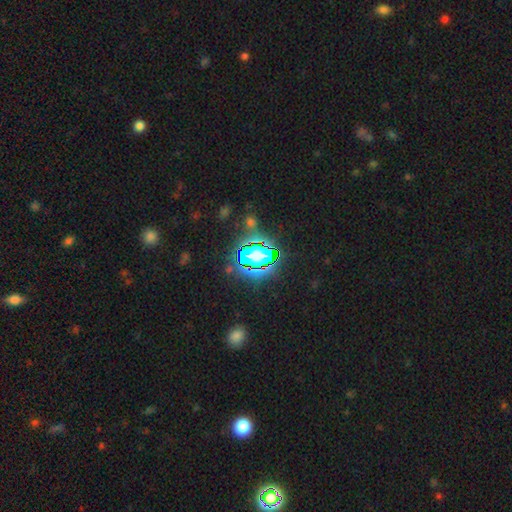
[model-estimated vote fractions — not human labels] Smooth or featured? star or artifact (78%)